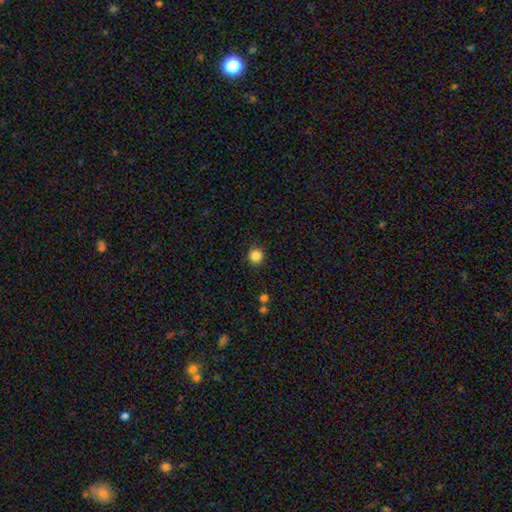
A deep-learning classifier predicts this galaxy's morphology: The model was most divided on "smooth or featured": smooth: 86%, star or artifact: 11%, featured or disk: 3%. More confident: how rounded — round (93%); merging — none (91%).